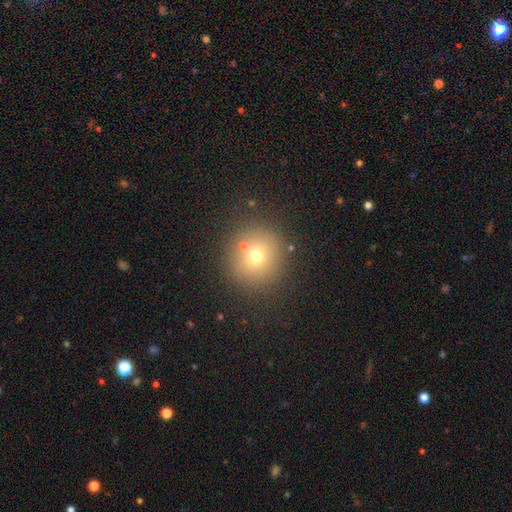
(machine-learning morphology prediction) Smooth or featured: smooth — 67% (star or artifact — 19%)
How rounded: round — 93% (in between — 6%)
Merging: none — 81% (minor disturbance — 8%)